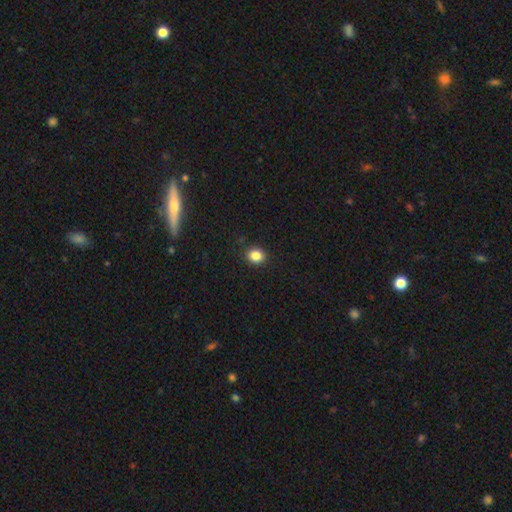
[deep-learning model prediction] Morphology: type=smooth (85%); roundness=round (69%); merging=none (90%).